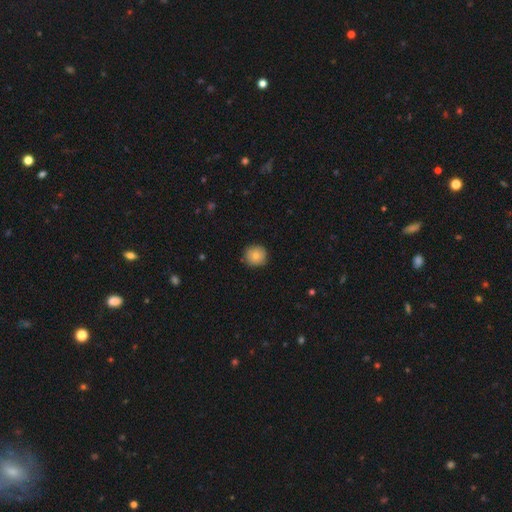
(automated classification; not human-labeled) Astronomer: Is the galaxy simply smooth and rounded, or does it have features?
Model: smooth — 80%.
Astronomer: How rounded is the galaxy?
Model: round — 93%.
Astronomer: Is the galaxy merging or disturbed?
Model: none — 88%.